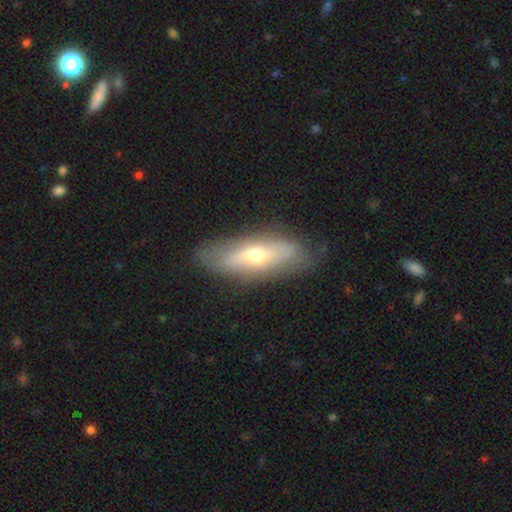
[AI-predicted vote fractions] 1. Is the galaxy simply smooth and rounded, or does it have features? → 48% featured or disk, 45% smooth, 7% star or artifact.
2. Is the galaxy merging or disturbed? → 77% none, 16% minor disturbance, 5% major disturbance, 1% merger.